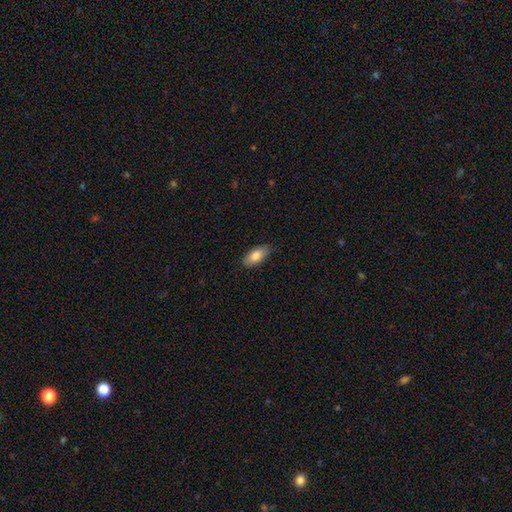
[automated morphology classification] This is clearly a smooth galaxy (83%). How rounded: clearly in between (89%). Merging: clearly none (84%).